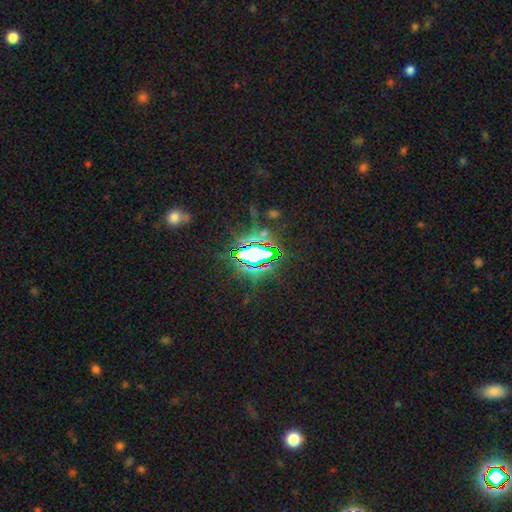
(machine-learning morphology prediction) Smooth or featured?
  - star or artifact: 73% *
  - smooth: 16%
  - featured or disk: 11%